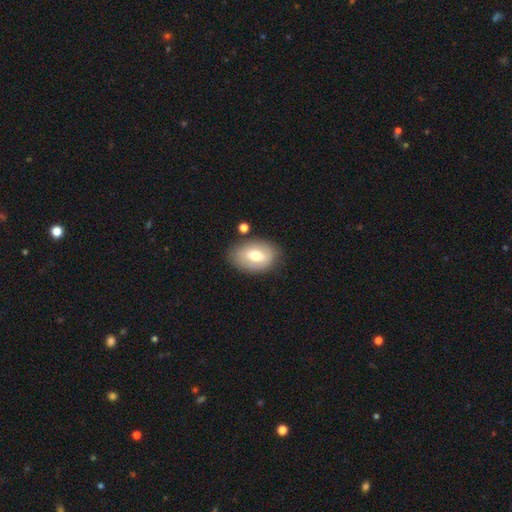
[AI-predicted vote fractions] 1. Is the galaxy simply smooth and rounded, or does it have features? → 63% smooth, 30% featured or disk, 7% star or artifact.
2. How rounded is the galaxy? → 85% in between, 13% round, 1% cigar-shaped.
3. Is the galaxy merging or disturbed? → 76% none, 15% minor disturbance, 4% merger, 4% major disturbance.